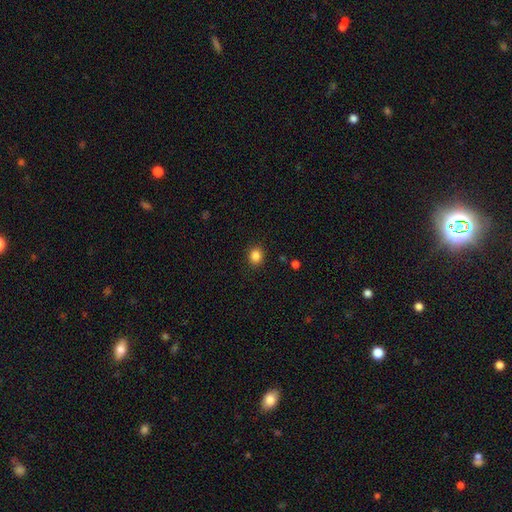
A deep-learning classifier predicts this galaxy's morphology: Smooth or featured?
  - smooth: 85% *
  - star or artifact: 11%
  - featured or disk: 4%
How rounded?
  - round: 71% *
  - in between: 28%
  - cigar-shaped: 1%
Merging?
  - none: 90% *
  - minor disturbance: 7%
  - major disturbance: 2%
  - merger: 1%